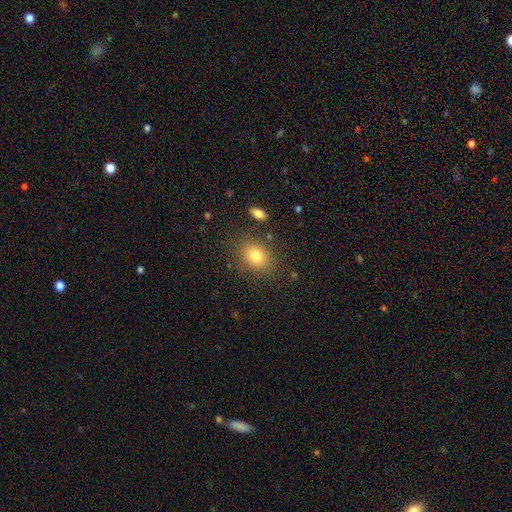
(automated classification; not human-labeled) This is clearly a smooth galaxy (80%). How rounded: likely in between (67%). Merging: clearly none (83%).